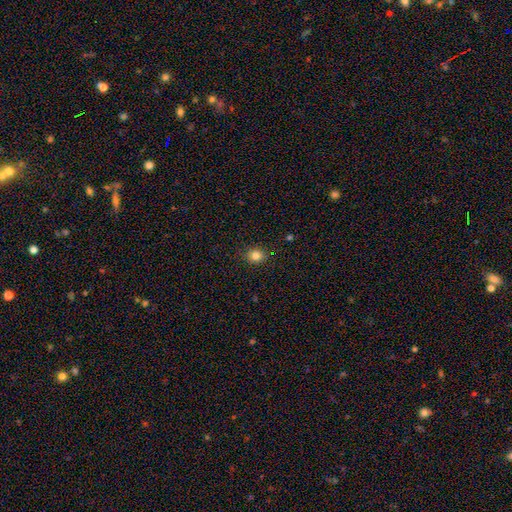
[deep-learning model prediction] A smooth galaxy with no disk features (83%) that is round (68%).

Vote fractions:
- Smooth or featured? smooth: 83% / star or artifact: 12% / featured or disk: 5%
- How rounded? round: 68% / in between: 31% / cigar-shaped: 1%
- Merging? none: 89% / minor disturbance: 8% / major disturbance: 2% / merger: 1%